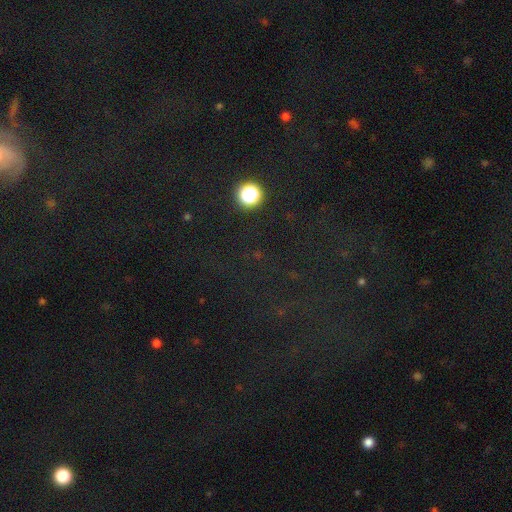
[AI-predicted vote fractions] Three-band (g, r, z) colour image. It shows a star or artifact, not a galaxy (71%).